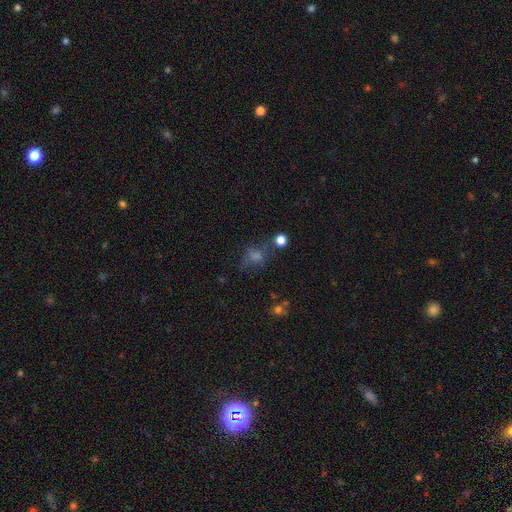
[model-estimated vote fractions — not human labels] Overall: smooth (43%; star or artifact 36%). Merging: none (56%; minor disturbance 19%).